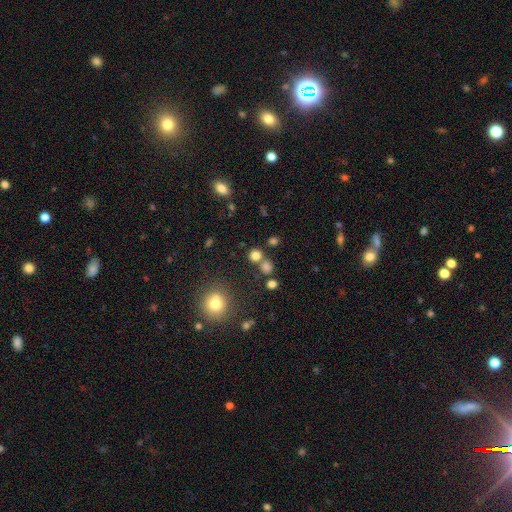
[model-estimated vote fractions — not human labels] Q: Smooth or featured?
A: smooth (75%); runner-up: star or artifact (18%)
Q: How rounded?
A: round (88%); runner-up: in between (11%)
Q: Merging?
A: none (68%); runner-up: merger (20%)